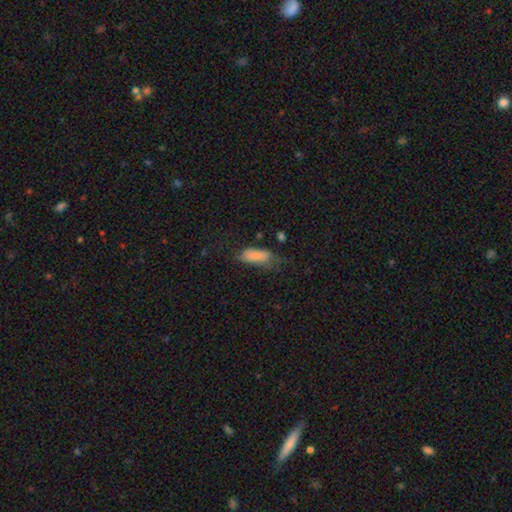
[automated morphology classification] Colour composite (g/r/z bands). It shows a smooth galaxy with no disk features (81%) that is in between round and cigar-shaped (73%). Merging: none (43%).